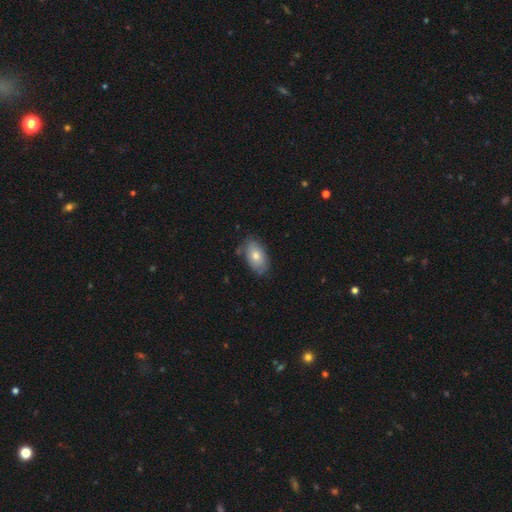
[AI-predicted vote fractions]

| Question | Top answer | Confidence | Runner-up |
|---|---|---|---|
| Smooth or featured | smooth | 71% | featured or disk (21%) |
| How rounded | in between | 92% | round (6%) |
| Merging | none | 77% | minor disturbance (18%) |